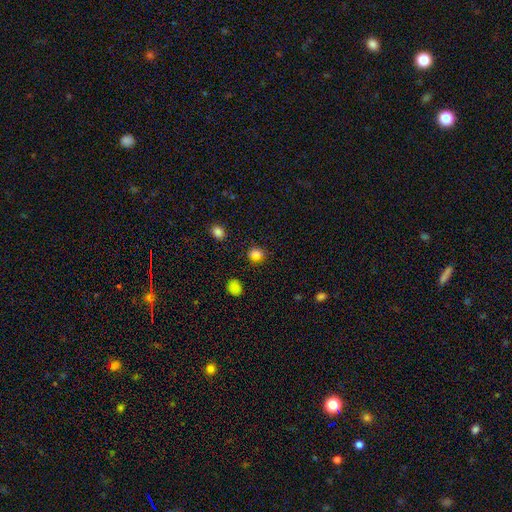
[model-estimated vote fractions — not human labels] Overall: smooth (78%). How rounded: round (67%; in between 31%). Merging: none (86%).